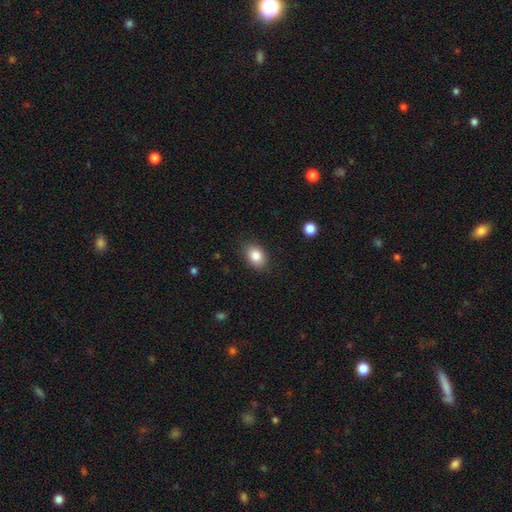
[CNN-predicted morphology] The model was most divided on "how rounded": in between: 76%, round: 23%, cigar-shaped: 1%. More confident: merging — none (87%); smooth or featured — smooth (84%).